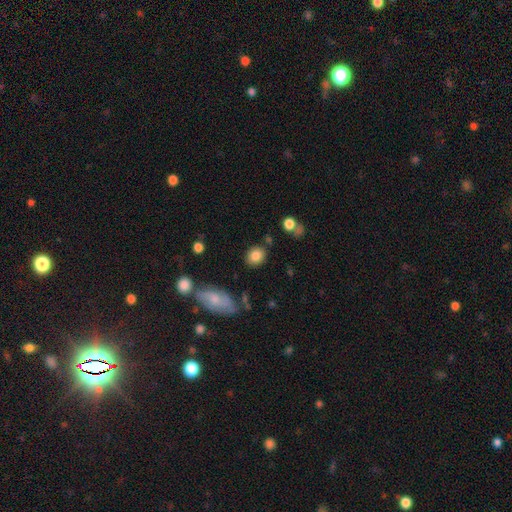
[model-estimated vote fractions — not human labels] smooth_or_featured: smooth (p=0.84) [alt: star or artifact p=0.09]
how_rounded: round (p=0.55) [alt: in between p=0.44]
merging: none (p=0.82) [alt: minor disturbance p=0.11]